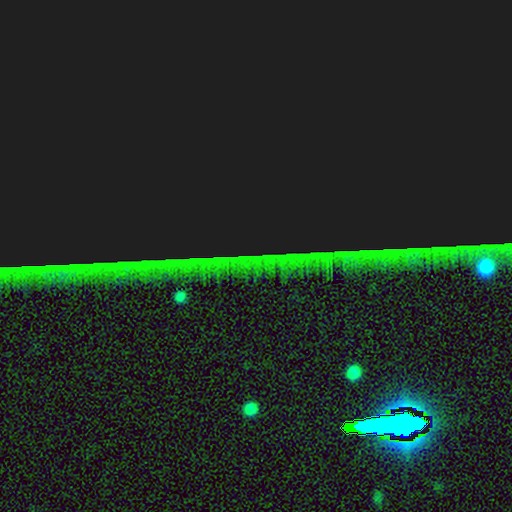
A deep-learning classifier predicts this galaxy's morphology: The model was most divided on "smooth or featured": star or artifact: 86%, featured or disk: 7%, smooth: 7%.